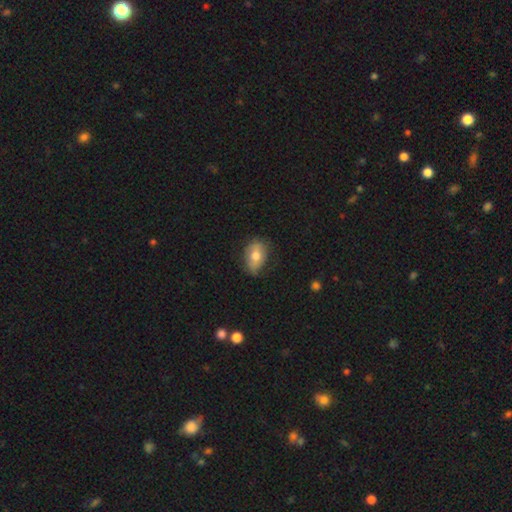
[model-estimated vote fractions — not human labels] Overall: smooth (68%). How rounded: in between (84%). Merging: none (71%).